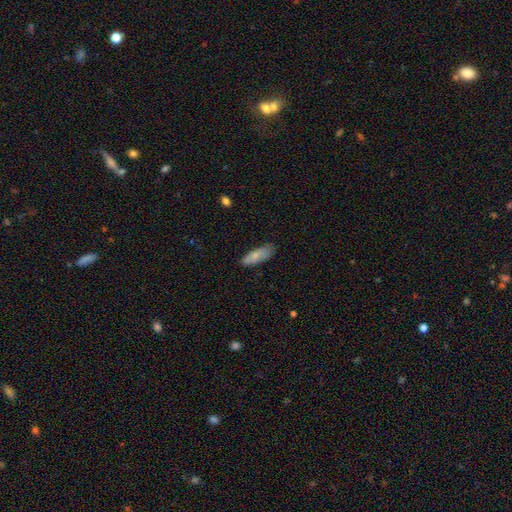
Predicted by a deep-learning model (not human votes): smooth-or-featured: smooth: 75% | featured or disk: 19% | star or artifact: 6%
  how-rounded: in between: 63% | cigar-shaped: 35% | round: 2%
  merging: none: 75% | minor disturbance: 20% | major disturbance: 4% | merger: 1%